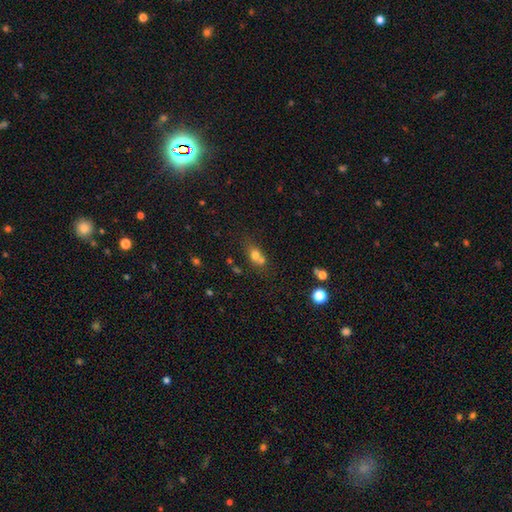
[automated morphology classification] The model was most divided on "how rounded": round: 50%, in between: 47%, cigar-shaped: 3%. Remaining: smooth or featured — smooth (70%); merging — merger (49%).